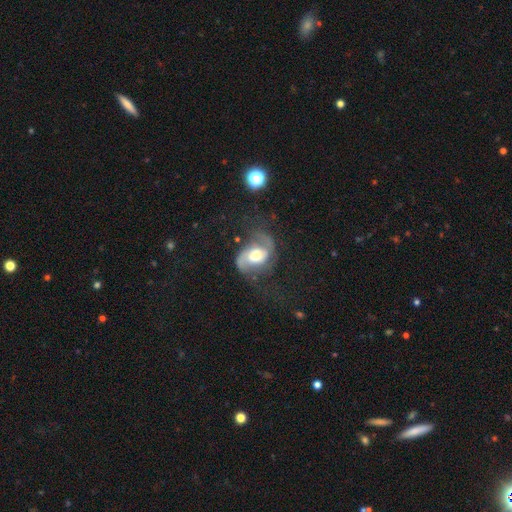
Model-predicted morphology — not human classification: Q: Smooth or featured?
A: featured or disk (82%); runner-up: smooth (12%)
Q: Edge-on disk?
A: no (97%); runner-up: yes (3%)
Q: Bar?
A: no (54%); runner-up: weak (35%)
Q: Spiral arms?
A: yes (94%); runner-up: no (6%)
Q: Spiral winding?
A: medium (46%); runner-up: loose (39%)
Q: Spiral arm count?
A: 2 (89%); runner-up: can't tell (4%)
Q: Bulge size?
A: moderate (56%); runner-up: large (25%)
Q: Merging?
A: none (54%); runner-up: major disturbance (23%)